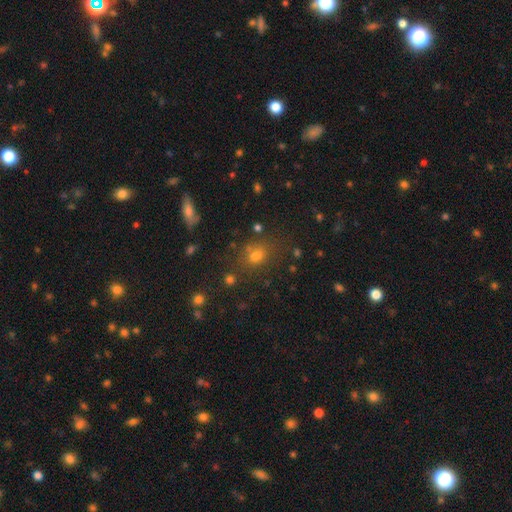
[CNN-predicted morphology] The model was most divided on "how rounded": round: 49%, in between: 48%, cigar-shaped: 2%. More confident: merging — none (69%); smooth or featured — smooth (67%).